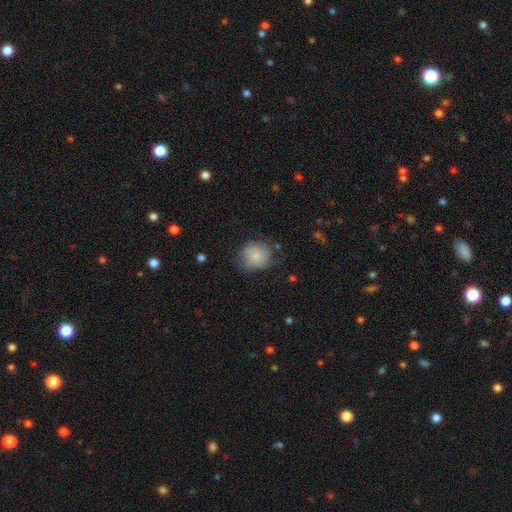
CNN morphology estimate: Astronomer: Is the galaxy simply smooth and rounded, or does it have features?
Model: smooth — 77%.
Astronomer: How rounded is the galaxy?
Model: round — 83%.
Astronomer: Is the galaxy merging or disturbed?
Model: none — 57%.